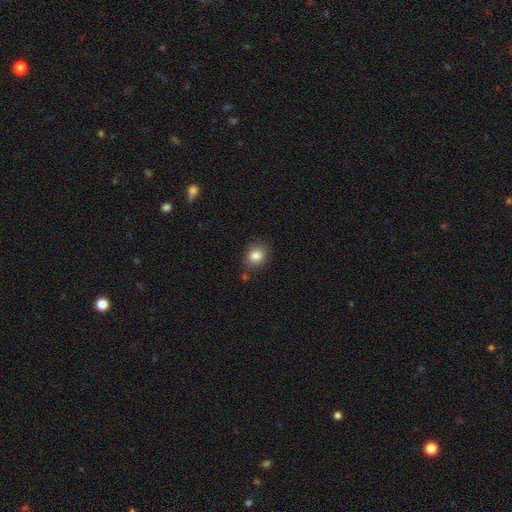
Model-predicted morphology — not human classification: A smooth galaxy with no disk features (84%) that is round (67%). Merging: none (79%).